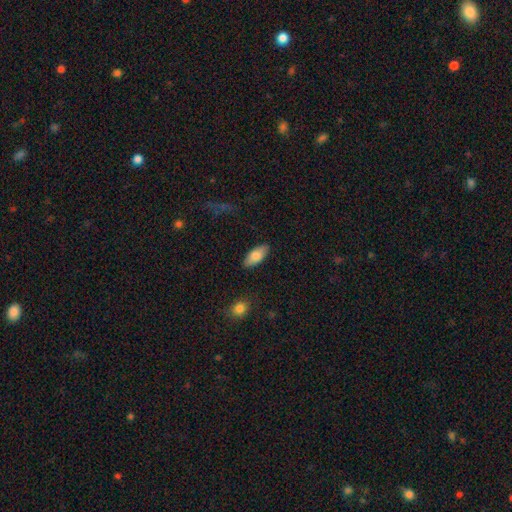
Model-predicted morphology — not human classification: This appears to be a smooth galaxy with no disk features (78%) that is in between round and cigar-shaped (86%). Merging: none (87%).